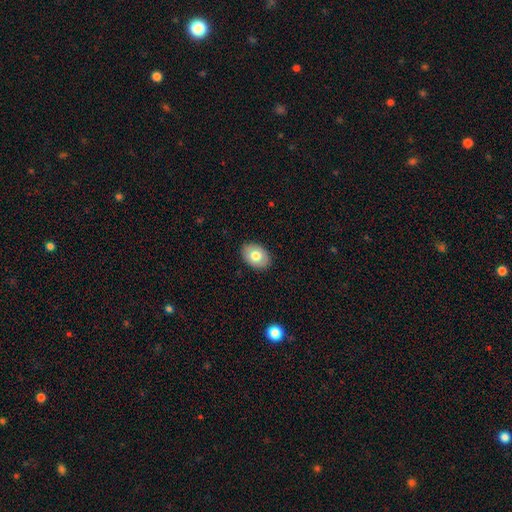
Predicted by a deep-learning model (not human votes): This is likely a smooth galaxy (75%). How rounded: likely in between (78%). Merging: clearly none (88%).